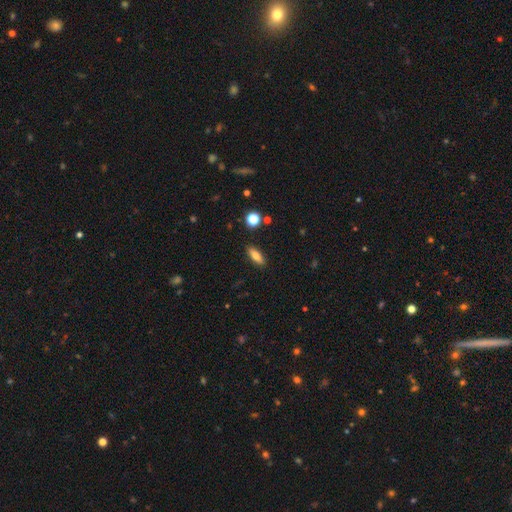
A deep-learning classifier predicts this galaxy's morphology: Smooth or featured? Predicted: smooth (p=0.70). How rounded? Predicted: in between (p=0.66). Merging? Predicted: none (p=0.88).